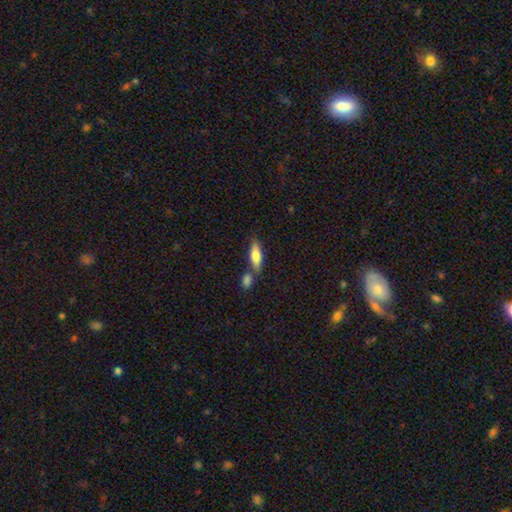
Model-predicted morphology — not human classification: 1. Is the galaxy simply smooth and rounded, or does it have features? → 69% smooth, 24% featured or disk, 6% star or artifact.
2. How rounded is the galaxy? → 50% in between, 47% cigar-shaped, 2% round.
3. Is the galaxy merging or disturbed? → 61% none, 25% merger, 12% minor disturbance, 3% major disturbance.